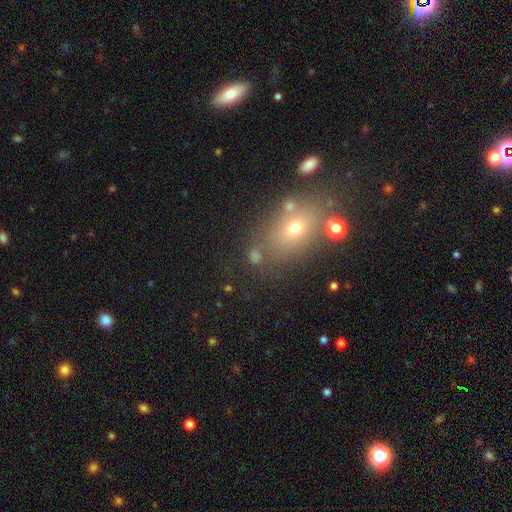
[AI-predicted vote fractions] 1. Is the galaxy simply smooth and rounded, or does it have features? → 59% smooth, 23% star or artifact, 18% featured or disk.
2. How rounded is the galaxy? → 68% in between, 28% round, 4% cigar-shaped.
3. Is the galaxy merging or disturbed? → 67% none, 14% minor disturbance, 12% merger, 7% major disturbance.